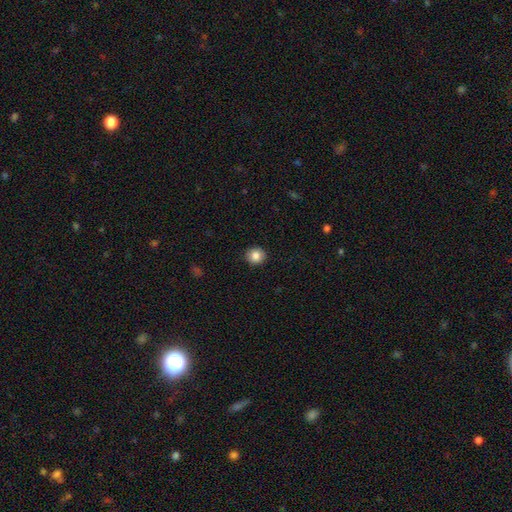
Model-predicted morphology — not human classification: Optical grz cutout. It shows a smooth galaxy with no disk features (85%) that is round (89%). Merging: none (91%).